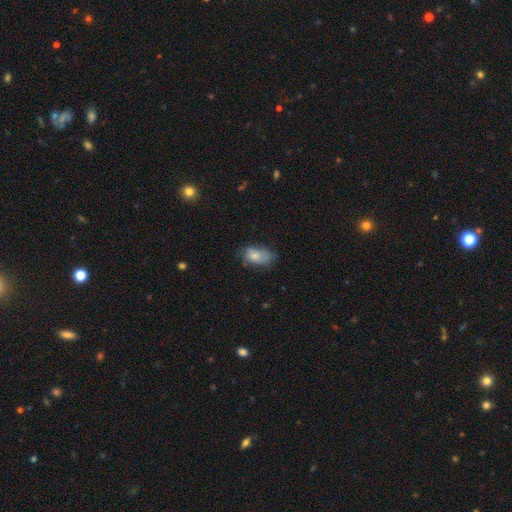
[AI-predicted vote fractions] Smooth or featured? Predicted: smooth (p=0.74). How rounded? Predicted: in between (p=0.90). Merging? Predicted: none (p=0.55).